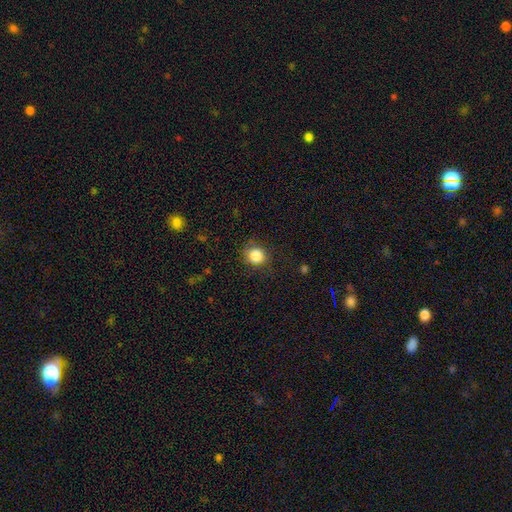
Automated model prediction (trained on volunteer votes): Smooth or featured? Predicted: smooth (p=0.85). How rounded? Predicted: round (p=0.83). Merging? Predicted: none (p=0.79).